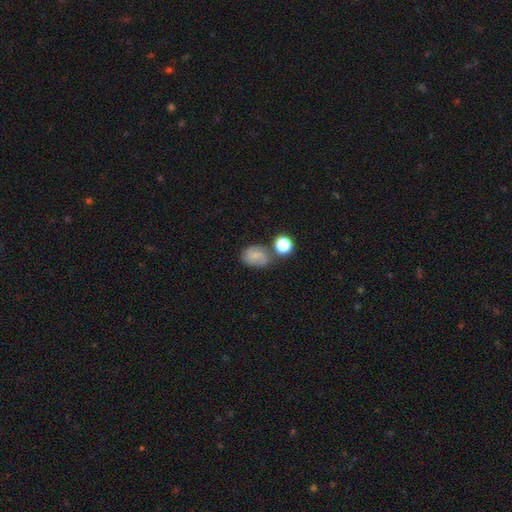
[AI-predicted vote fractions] Overall: smooth (46%; featured or disk 41%). Merging: none (59%; minor disturbance 20%).